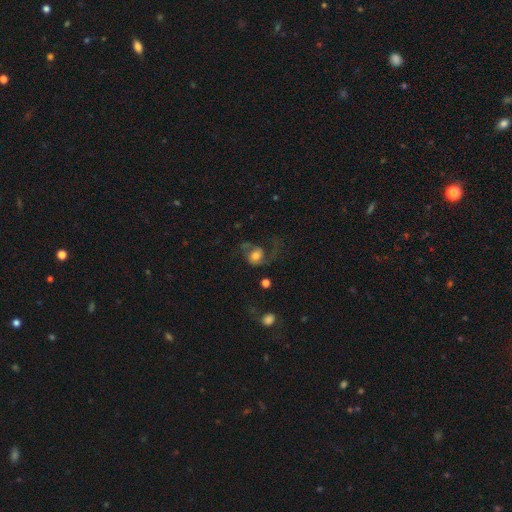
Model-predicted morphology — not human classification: Q: Smooth or featured?
A: featured or disk (53%); runner-up: smooth (37%)
Q: Edge-on disk?
A: no (97%); runner-up: yes (3%)
Q: Bar?
A: no (71%); runner-up: weak (24%)
Q: Spiral arms?
A: yes (83%); runner-up: no (17%)
Q: Bulge size?
A: moderate (53%); runner-up: large (25%)
Q: Merging?
A: none (40%); tied with: major disturbance (40%)